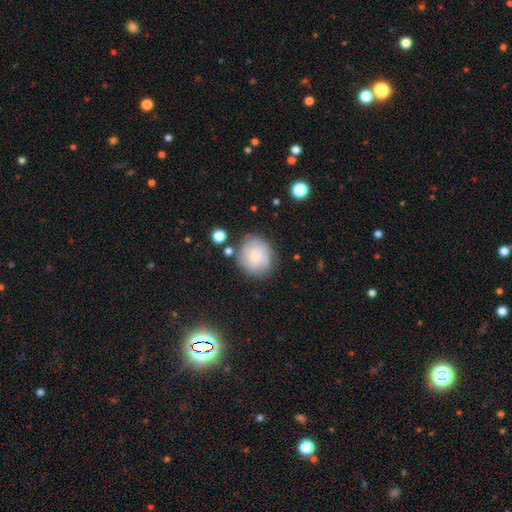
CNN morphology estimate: The model was most divided on "smooth or featured": smooth: 50%, featured or disk: 40%, star or artifact: 10%. More confident: how rounded — round (81%); merging — none (74%).